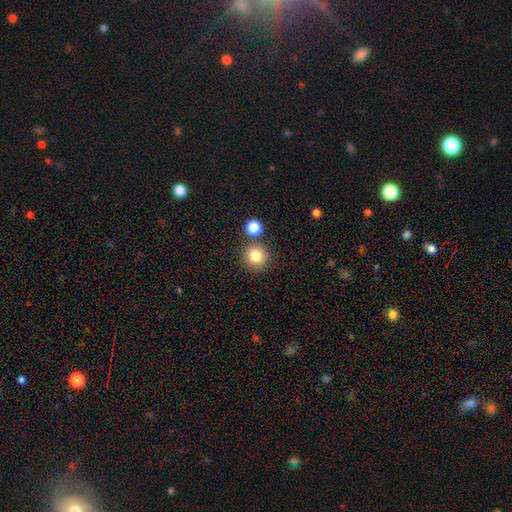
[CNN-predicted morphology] A smooth galaxy with no disk features (82%) that is round (94%). Merging: none (80%).